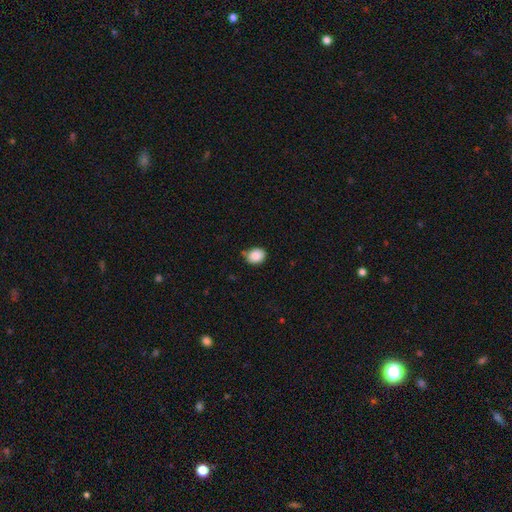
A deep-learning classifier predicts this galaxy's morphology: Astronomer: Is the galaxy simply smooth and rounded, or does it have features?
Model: smooth — 87%.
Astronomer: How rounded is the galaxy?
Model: round — 56% (runner-up: in between, 43%).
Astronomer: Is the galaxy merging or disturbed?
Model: none — 73%.